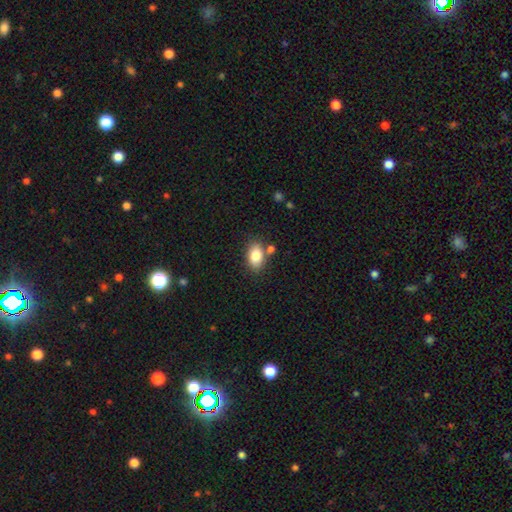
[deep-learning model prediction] Morphology: type=smooth (85%); roundness=in between (85%); merging=none (74%).